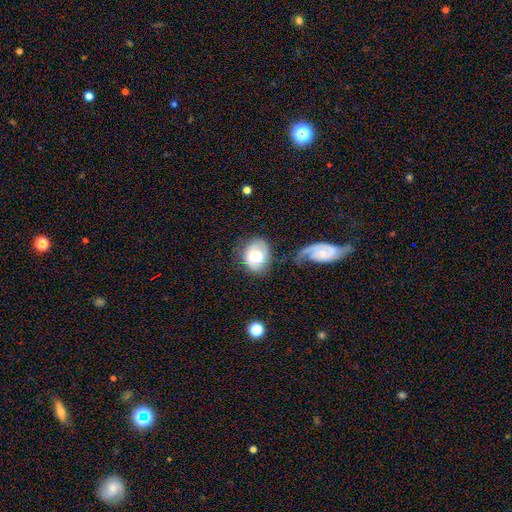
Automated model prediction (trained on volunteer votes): Smooth or featured? Predicted: smooth (p=0.63). How rounded? Predicted: round (p=0.50). Merging? Predicted: none (p=0.50).